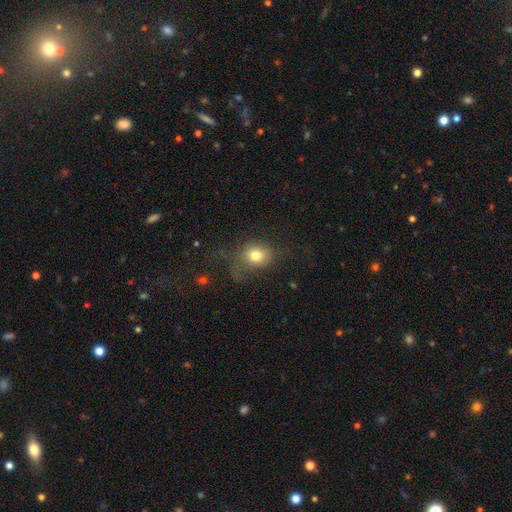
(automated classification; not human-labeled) smooth_or_featured: smooth (p=0.77) [alt: star or artifact p=0.12]
how_rounded: round (p=0.57) [alt: in between p=0.42]
merging: none (p=0.51) [alt: minor disturbance p=0.24]